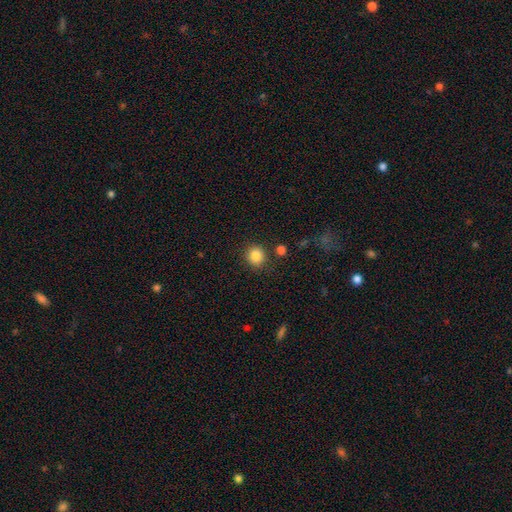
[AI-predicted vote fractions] smooth_or_featured: smooth (p=0.85) [alt: star or artifact p=0.10]
how_rounded: round (p=0.87) [alt: in between p=0.12]
merging: none (p=0.85) [alt: minor disturbance p=0.09]